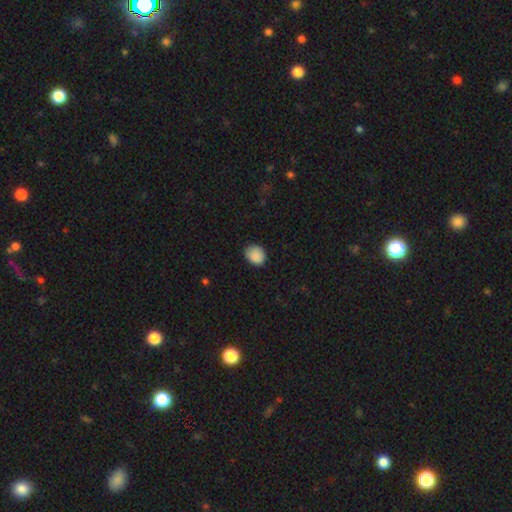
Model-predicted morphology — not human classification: Q: Smooth or featured?
A: smooth (88%); runner-up: star or artifact (8%)
Q: How rounded?
A: round (55%); runner-up: in between (44%)
Q: Merging?
A: none (74%); runner-up: minor disturbance (21%)